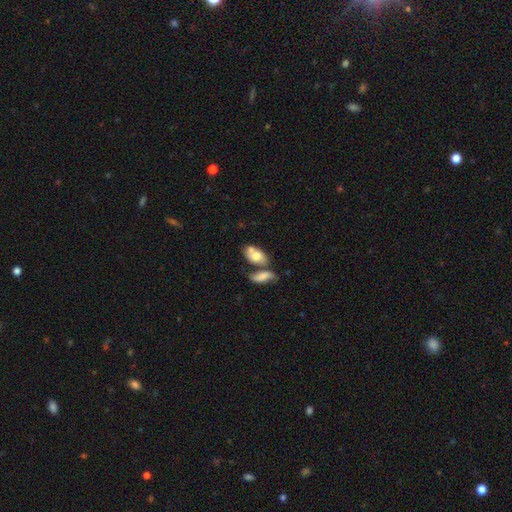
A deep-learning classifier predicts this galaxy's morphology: This is likely a smooth galaxy (71%). How rounded: clearly in between (86%). Merging: possibly merger (47%).